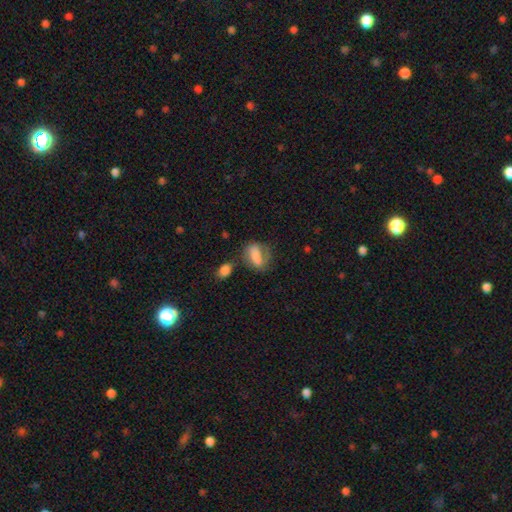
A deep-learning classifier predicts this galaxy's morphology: Smooth or featured: smooth — 66% (featured or disk — 24%)
How rounded: in between — 77% (round — 15%)
Merging: none — 45% (minor disturbance — 25%)